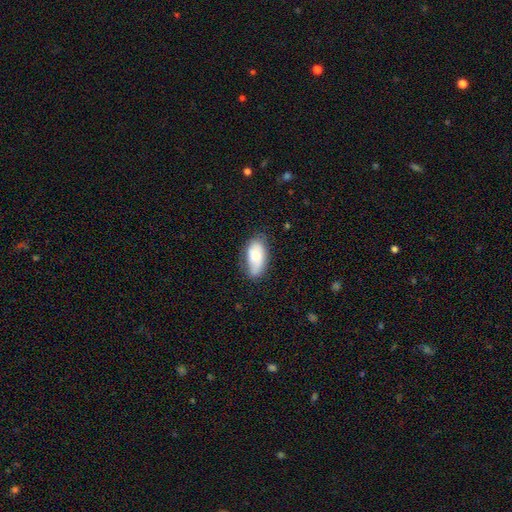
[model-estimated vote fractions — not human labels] This is likely a smooth galaxy (74%). How rounded: clearly in between (92%). Merging: likely none (63%).